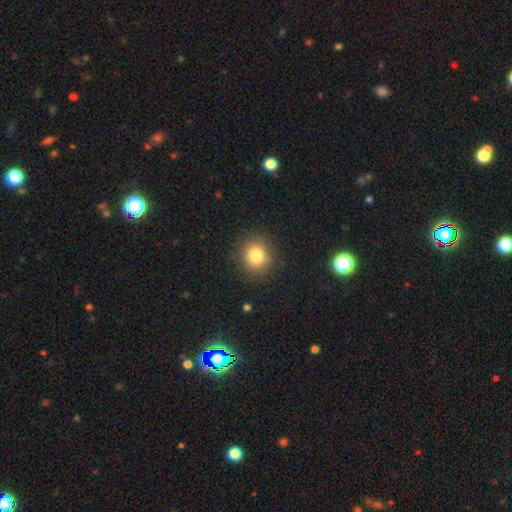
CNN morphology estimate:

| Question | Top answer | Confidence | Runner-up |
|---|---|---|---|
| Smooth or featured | smooth | 80% | star or artifact (12%) |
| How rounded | round | 87% | in between (12%) |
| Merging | none | 89% | minor disturbance (7%) |